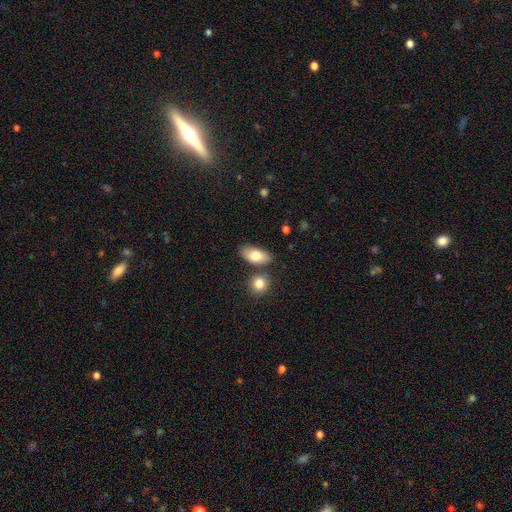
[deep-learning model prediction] Smooth or featured? Predicted: smooth (p=0.79). How rounded? Predicted: in between (p=0.90). Merging? Predicted: none (p=0.73).